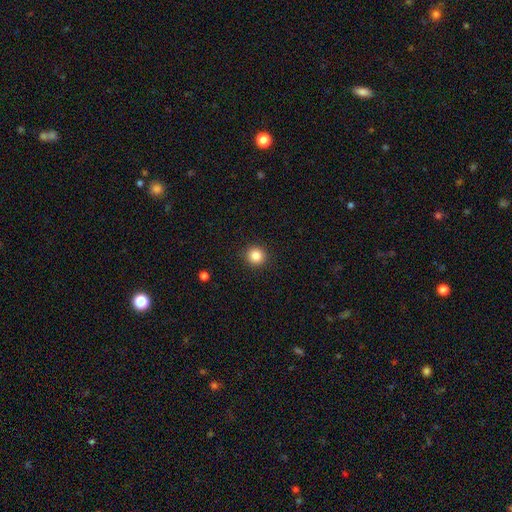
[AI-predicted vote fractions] A smooth galaxy with no disk features (85%) that is round (94%).

Vote fractions:
- Smooth or featured? smooth: 85% / star or artifact: 11% / featured or disk: 4%
- How rounded? round: 94% / in between: 5% / cigar-shaped: 1%
- Merging? none: 92% / minor disturbance: 5% / major disturbance: 2% / merger: 1%